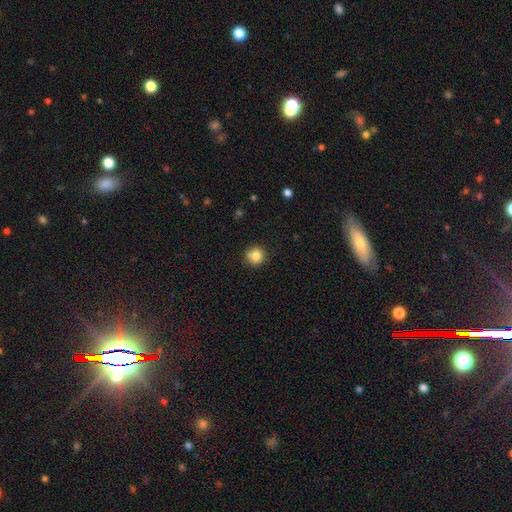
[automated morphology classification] Smooth or featured? smooth (82%)
How rounded? round (92%)
Merging? none (76%)